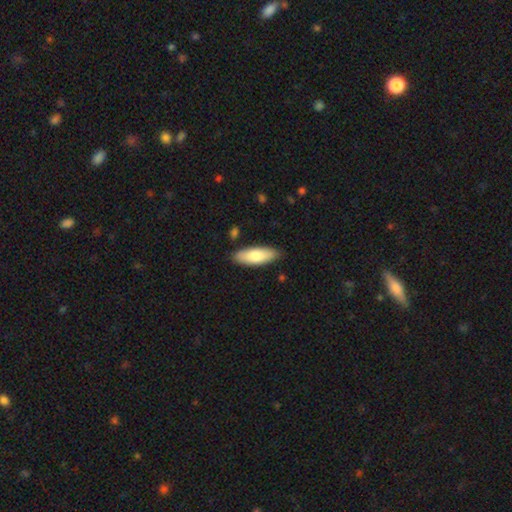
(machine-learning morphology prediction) Smooth or featured? Predicted: smooth (p=0.78). How rounded? Predicted: in between (p=0.68). Merging? Predicted: none (p=0.86).